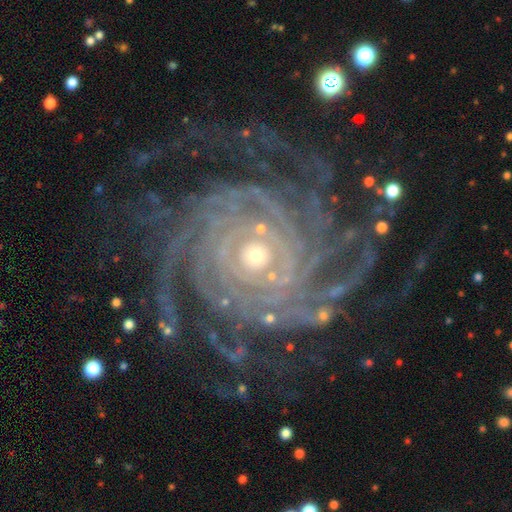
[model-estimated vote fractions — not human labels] A featured or disk galaxy (92%) with no bar (64%), more than 4 (34%) tight (80%) spiral arms (98%) and a small central bulge (57%).

Vote fractions:
- Smooth or featured? featured or disk: 92% / star or artifact: 6% / smooth: 3%
- Edge-on disk? no: 97% / yes: 3%
- Bar? no: 64% / weak: 23% / strong: 13%
- Spiral arms? yes: 98% / no: 2%
- Spiral winding? tight: 80% / medium: 17% / loose: 3%
- Spiral arm count? more than 4: 34% / 4: 22% / can't tell: 16% / 3: 11% / 2: 9% / 1: 8%
- Bulge size? small: 57% / moderate: 39% / large: 2% / none: 1% / dominant: 1%
- Merging? none: 75% / minor disturbance: 14% / major disturbance: 9% / merger: 2%